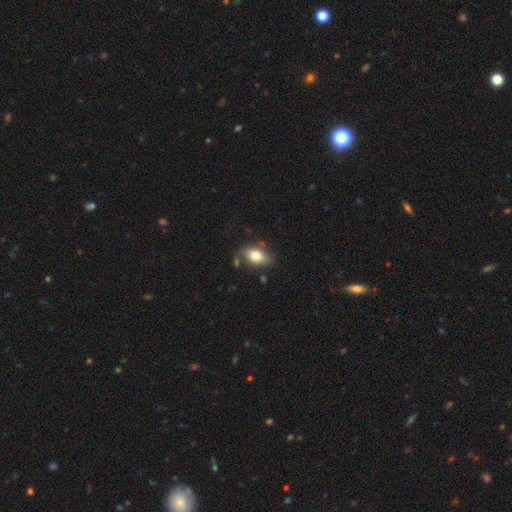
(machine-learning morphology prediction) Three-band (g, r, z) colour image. It shows a smooth galaxy with no disk features (77%) that is in between round and cigar-shaped (85%). Merging: none (68%).